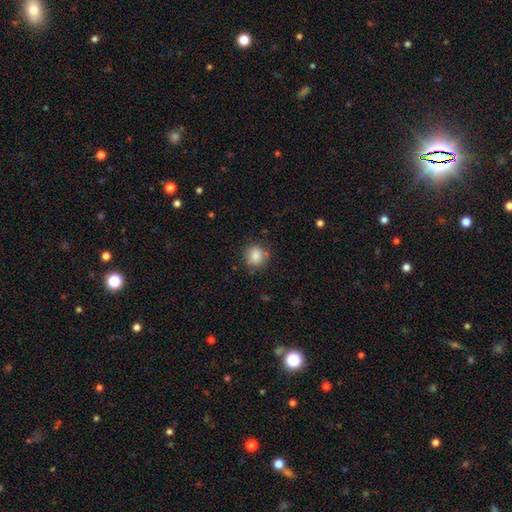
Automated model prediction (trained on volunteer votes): A smooth galaxy with no disk features (84%) that is round (86%). Merging: none (80%).